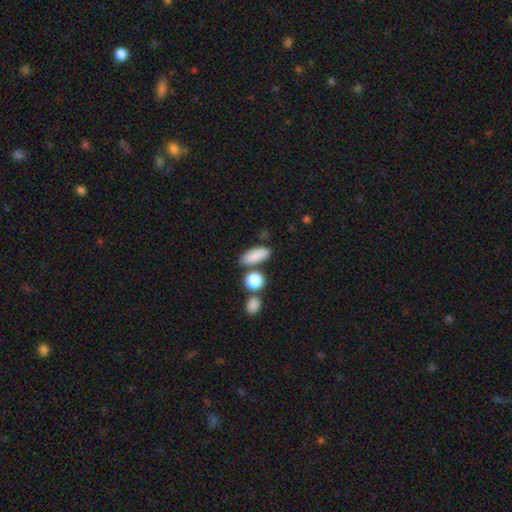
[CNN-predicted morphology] Smooth or featured: smooth — 86% (star or artifact — 8%)
How rounded: in between — 75% (cigar-shaped — 18%)
Merging: none — 75% (minor disturbance — 11%)